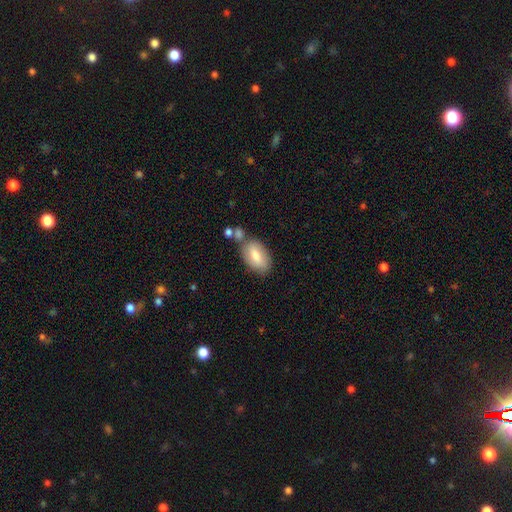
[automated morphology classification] type=smooth (74%); roundness=in between (92%); merging=none (63%).